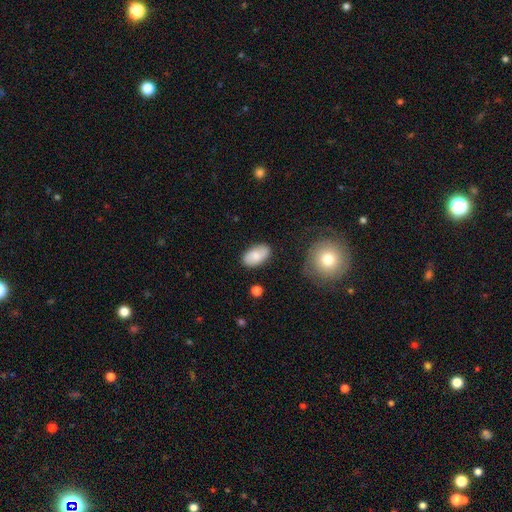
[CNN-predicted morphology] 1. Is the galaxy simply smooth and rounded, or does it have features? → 81% smooth, 13% featured or disk, 7% star or artifact.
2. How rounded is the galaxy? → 94% in between, 4% round, 2% cigar-shaped.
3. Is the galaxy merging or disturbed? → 82% none, 13% minor disturbance, 3% major disturbance, 2% merger.